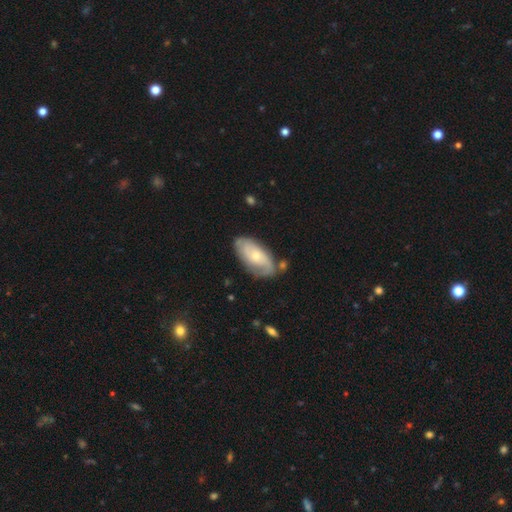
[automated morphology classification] The model was most divided on "bulge size": small: 52%, moderate: 43%, large: 3%, none: 2%, dominant: 1%. More confident: edge-on disk — no (91%); spiral arms — yes (78%); bar — no (73%); merging — none (69%); smooth or featured — featured or disk (56%).